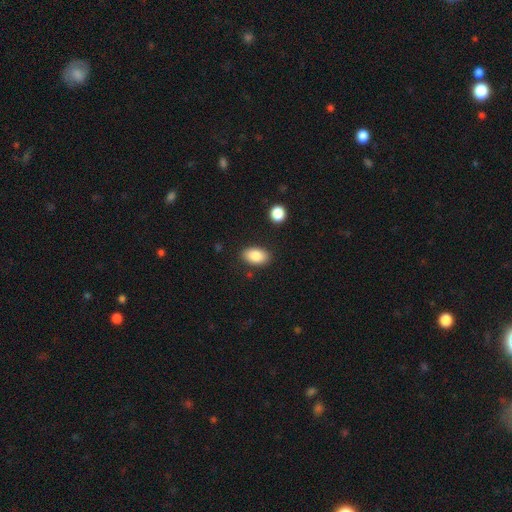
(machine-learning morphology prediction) Q: Smooth or featured?
A: smooth (86%); runner-up: star or artifact (7%)
Q: How rounded?
A: in between (92%); runner-up: round (7%)
Q: Merging?
A: none (86%); runner-up: minor disturbance (9%)